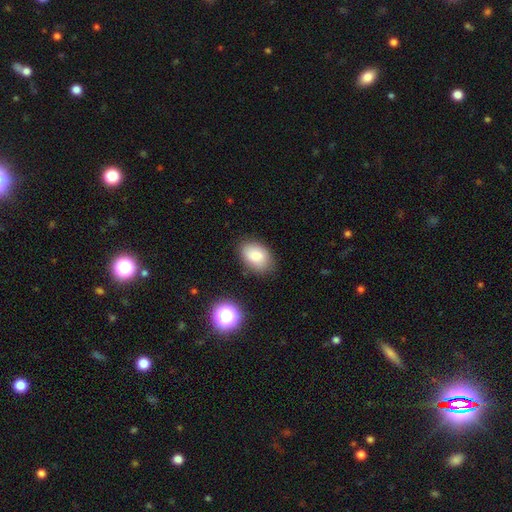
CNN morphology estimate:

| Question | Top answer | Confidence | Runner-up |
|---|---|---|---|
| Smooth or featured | smooth | 83% | star or artifact (9%) |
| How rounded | in between | 87% | round (12%) |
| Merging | none | 80% | minor disturbance (15%) |